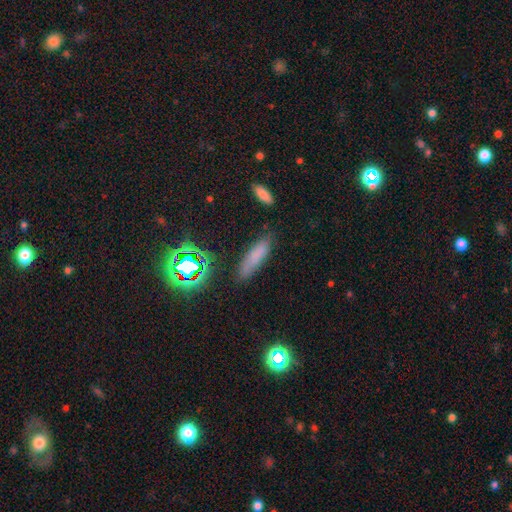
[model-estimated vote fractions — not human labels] Smooth or featured? smooth (71%)
How rounded? cigar-shaped (68%)
Merging? none (76%)